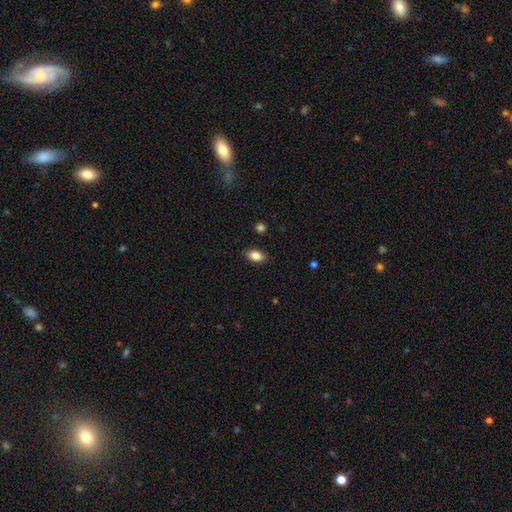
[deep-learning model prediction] The model was most divided on "merging": none: 87%, minor disturbance: 10%, major disturbance: 2%, merger: 1%. More confident: how rounded — in between (88%); smooth or featured — smooth (86%).